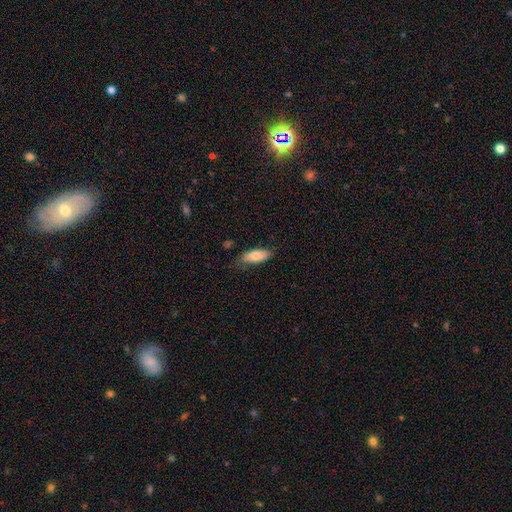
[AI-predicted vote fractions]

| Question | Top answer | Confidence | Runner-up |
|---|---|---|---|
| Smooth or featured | smooth | 77% | featured or disk (17%) |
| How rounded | in between | 76% | cigar-shaped (22%) |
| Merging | none | 73% | minor disturbance (22%) |